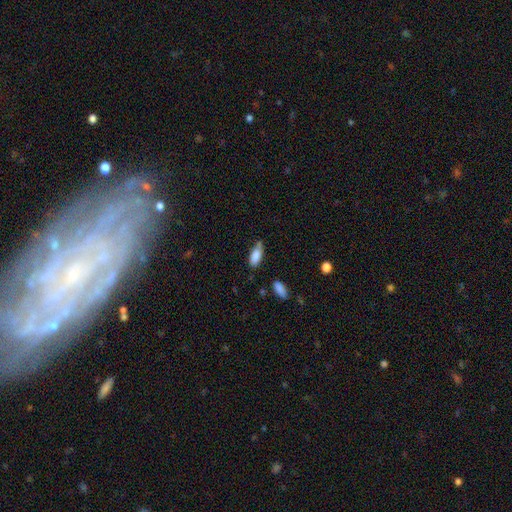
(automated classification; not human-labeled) The model was most divided on "merging": none: 53%, minor disturbance: 34%, major disturbance: 7%, merger: 5%. More confident: smooth or featured — smooth (84%); how rounded — in between (81%).